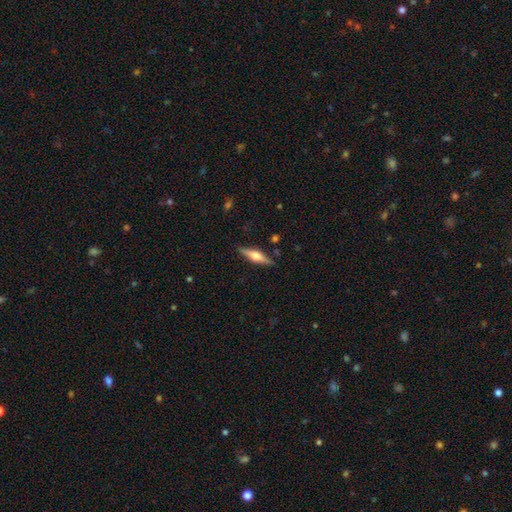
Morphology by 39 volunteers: A featured or disk galaxy (69%) viewed edge-on (100%) with a rounded central bulge (100%).

Vote fractions:
- Smooth or featured? featured or disk: 69% / smooth: 26% / star or artifact: 5%
- Edge-on disk? yes: 100% / no: 0%
- Edge-on bulge? rounded: 100% / boxy: 0% / none: 0%
- Merging? none: 92% / minor disturbance: 8% / major disturbance: 0% / merger: 0%